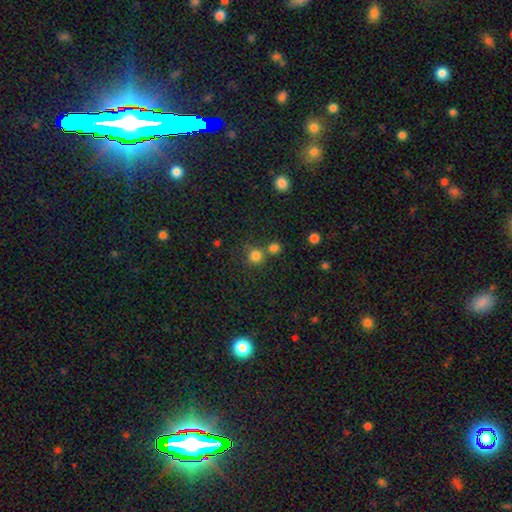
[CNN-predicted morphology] Overall: smooth (79%). How rounded: round (90%). Merging: none (62%; merger 26%).